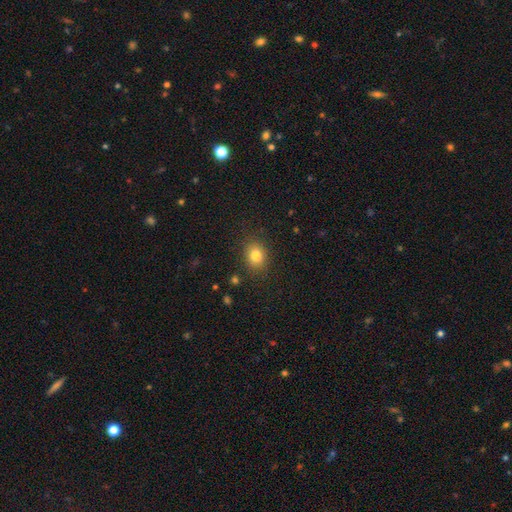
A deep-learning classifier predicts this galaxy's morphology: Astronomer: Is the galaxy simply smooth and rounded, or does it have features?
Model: smooth — 82%.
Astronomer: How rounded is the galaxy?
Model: round — 52% (runner-up: in between, 47%).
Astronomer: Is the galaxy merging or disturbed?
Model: none — 85%.